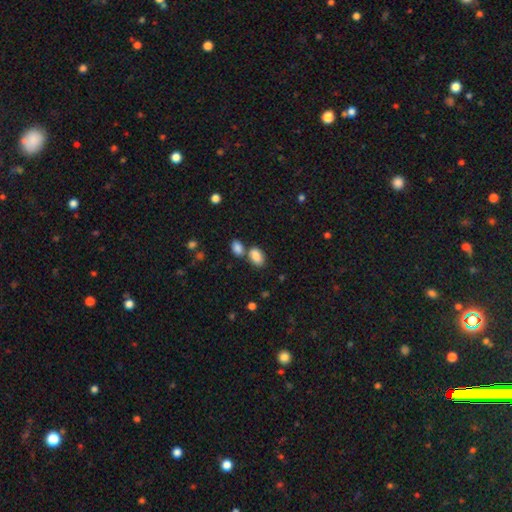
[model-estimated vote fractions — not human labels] Smooth or featured?
  - smooth: 86% *
  - star or artifact: 8%
  - featured or disk: 6%
How rounded?
  - in between: 89% *
  - round: 9%
  - cigar-shaped: 1%
Merging?
  - none: 51% *
  - merger: 35%
  - minor disturbance: 11%
  - major disturbance: 4%